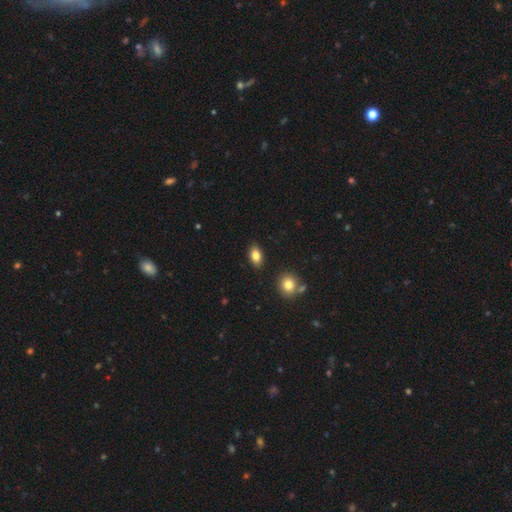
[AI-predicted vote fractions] A smooth galaxy with no disk features (83%) that is in between round and cigar-shaped (87%). Merging: none (87%).